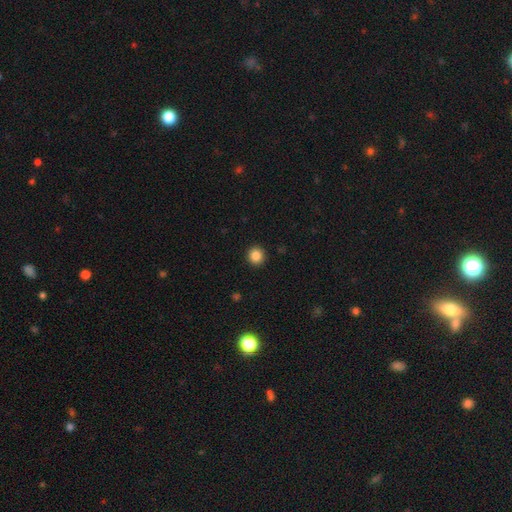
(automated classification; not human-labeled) A smooth galaxy with no disk features (85%) that is round (93%). Merging: none (93%).